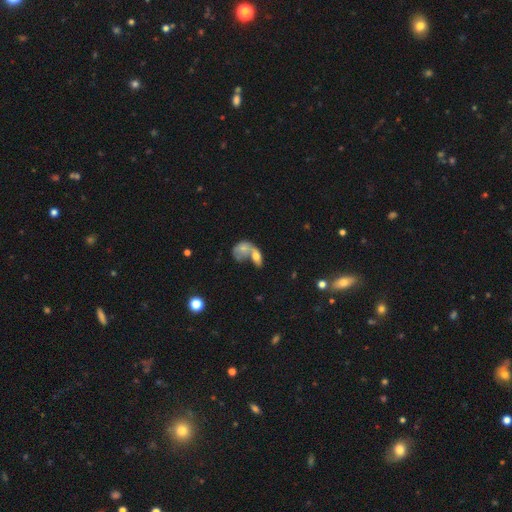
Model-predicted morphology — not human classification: This appears to be a smooth galaxy with no disk features (66%) that is in between round and cigar-shaped (79%). Merging: merger (65%).